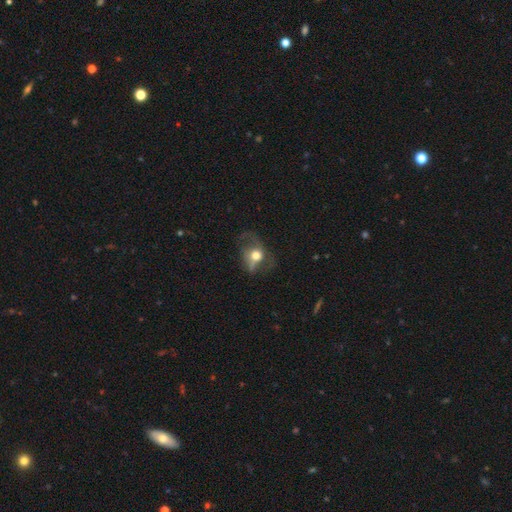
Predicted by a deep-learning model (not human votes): Morphology: type=smooth (46%); merging=none (40%).